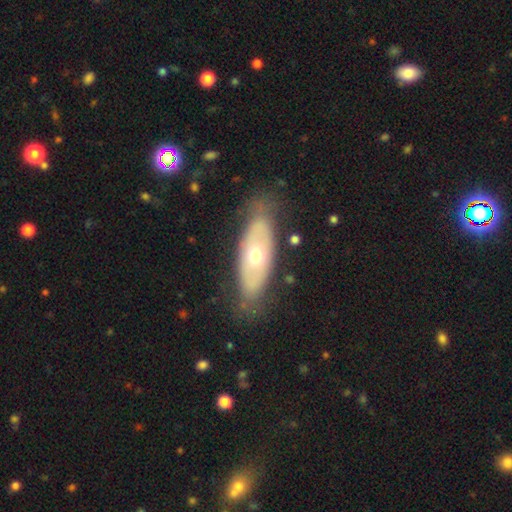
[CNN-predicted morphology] smooth-or-featured: featured or disk: 53% | smooth: 41% | star or artifact: 6%
  disk-edge-on: no: 77% | yes: 23%
  merging: none: 76% | minor disturbance: 17% | major disturbance: 6% | merger: 2%